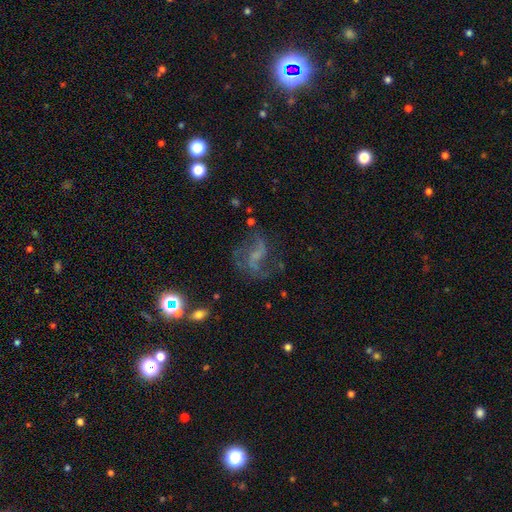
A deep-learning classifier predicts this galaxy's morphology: Smooth or featured: featured or disk — 73% (star or artifact — 15%)
Edge-on disk: no — 97% (yes — 3%)
Bar: weak — 44% (no — 41%)
Spiral arms: yes — 89% (no — 11%)
Spiral winding: loose — 57% (medium — 35%)
Spiral arm count: 2 — 74% (can't tell — 10%)
Bulge size: none — 45% (small — 36%)
Merging: none — 57% (major disturbance — 22%)